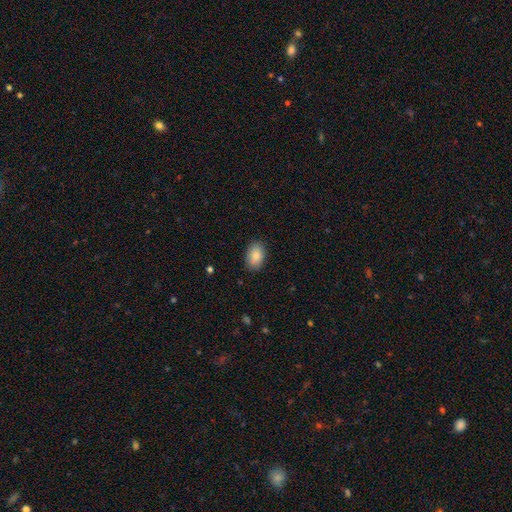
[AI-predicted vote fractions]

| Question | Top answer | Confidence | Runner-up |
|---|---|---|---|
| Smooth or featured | smooth | 87% | star or artifact (7%) |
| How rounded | in between | 88% | round (10%) |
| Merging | none | 87% | minor disturbance (10%) |